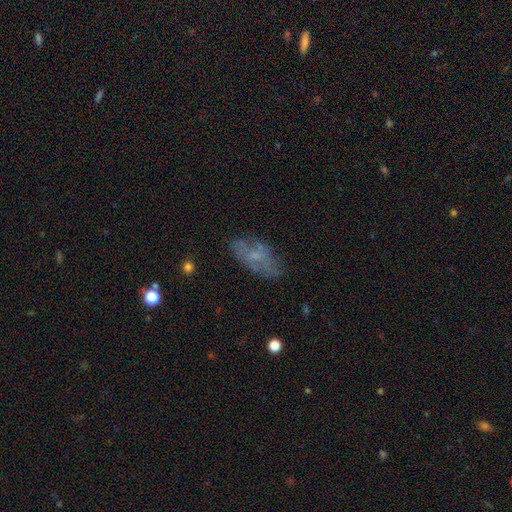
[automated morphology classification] Overall: smooth (47%; featured or disk 43%). Merging: none (63%).